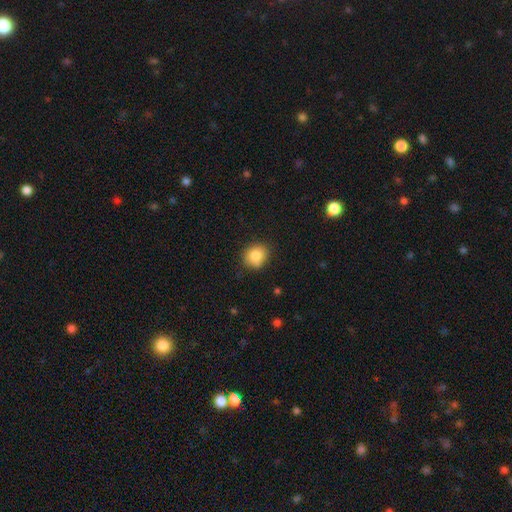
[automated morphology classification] A smooth galaxy with no disk features (82%) that is round (76%).

Vote fractions:
- Smooth or featured? smooth: 82% / star or artifact: 10% / featured or disk: 8%
- How rounded? round: 76% / in between: 23% / cigar-shaped: 1%
- Merging? none: 80% / minor disturbance: 15% / major disturbance: 3% / merger: 3%